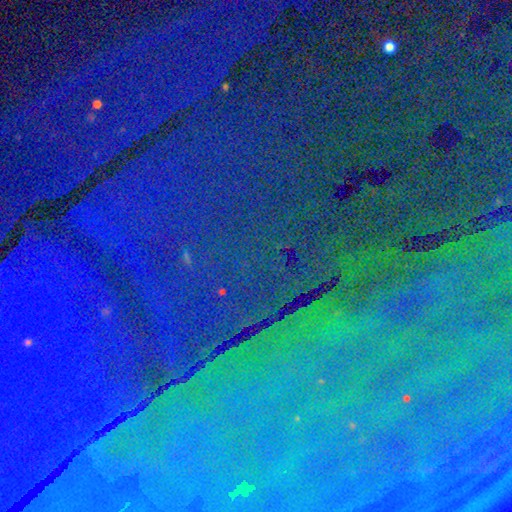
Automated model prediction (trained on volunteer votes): Overall: star or artifact (85%).